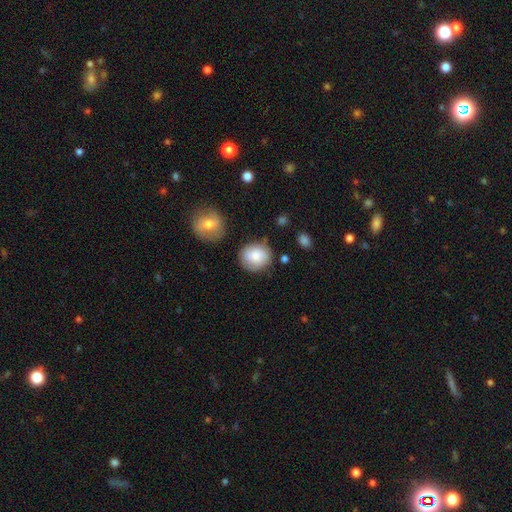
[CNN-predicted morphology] Overall: smooth (79%). How rounded: round (80%). Merging: none (75%).